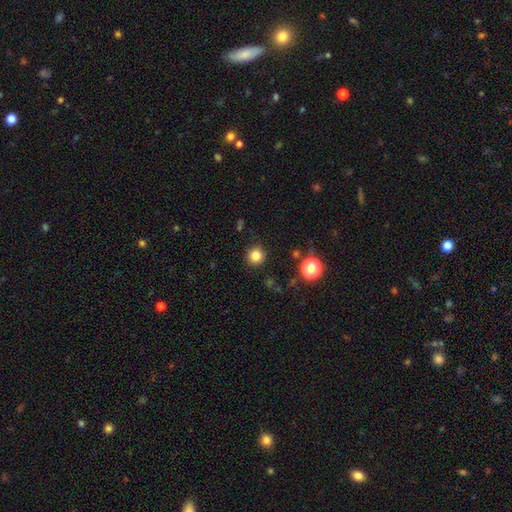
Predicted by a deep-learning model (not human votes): Smooth or featured? Predicted: smooth (p=0.82). How rounded? Predicted: round (p=0.94). Merging? Predicted: none (p=0.90).